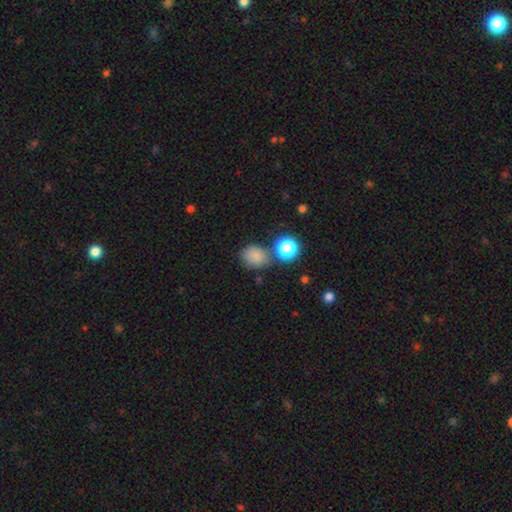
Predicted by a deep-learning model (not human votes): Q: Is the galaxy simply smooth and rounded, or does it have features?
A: smooth — 77%.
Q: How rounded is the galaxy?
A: round — 62%.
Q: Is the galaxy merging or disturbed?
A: none — 67%.